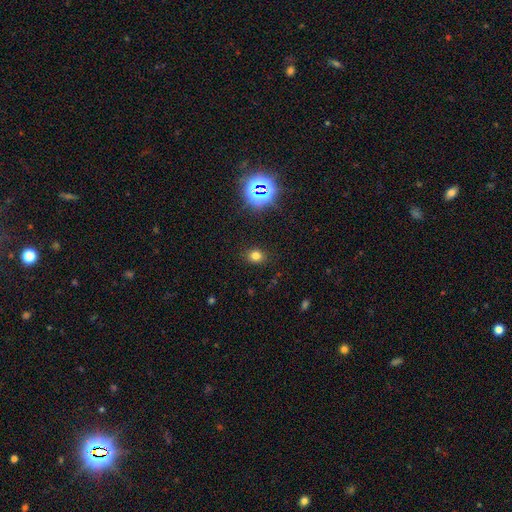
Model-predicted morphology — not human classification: Q: Smooth or featured?
A: smooth (73%); runner-up: star or artifact (20%)
Q: How rounded?
A: round (60%); runner-up: in between (39%)
Q: Merging?
A: none (87%); runner-up: minor disturbance (8%)